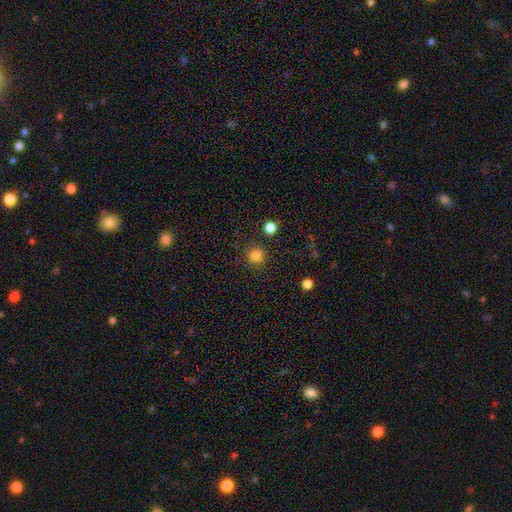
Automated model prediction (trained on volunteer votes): A smooth galaxy with no disk features (81%) that is round (93%).

Vote fractions:
- Smooth or featured? smooth: 81% / star or artifact: 14% / featured or disk: 5%
- How rounded? round: 93% / in between: 6% / cigar-shaped: 1%
- Merging? none: 86% / minor disturbance: 8% / merger: 4% / major disturbance: 3%